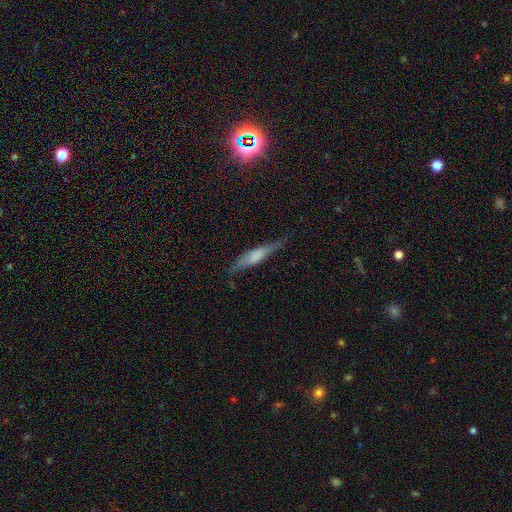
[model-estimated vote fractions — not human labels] Morphology: type=smooth (53%); roundness=cigar-shaped (83%); merging=none (74%).